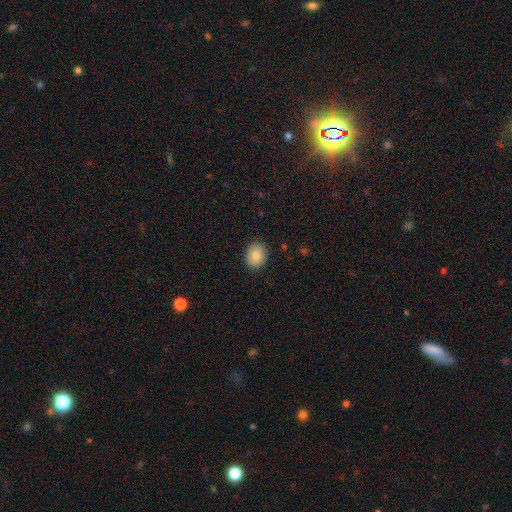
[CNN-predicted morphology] Q: Smooth or featured?
A: smooth (82%); runner-up: featured or disk (10%)
Q: How rounded?
A: round (55%); runner-up: in between (44%)
Q: Merging?
A: none (90%); runner-up: minor disturbance (7%)